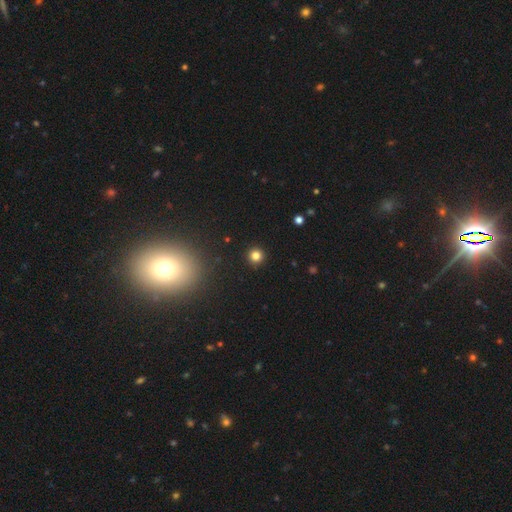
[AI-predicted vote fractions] Smooth or featured? Predicted: smooth (p=0.81). How rounded? Predicted: round (p=0.95). Merging? Predicted: none (p=0.93).